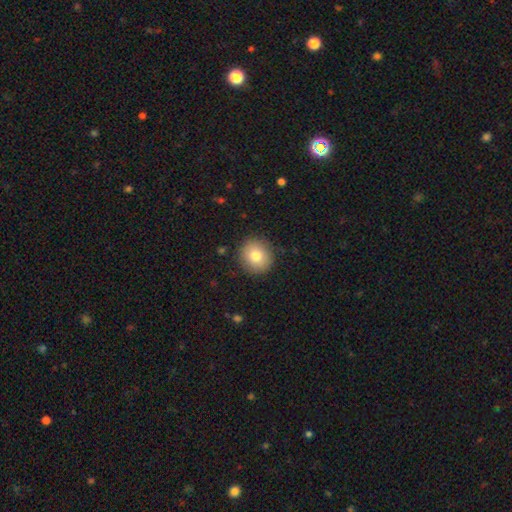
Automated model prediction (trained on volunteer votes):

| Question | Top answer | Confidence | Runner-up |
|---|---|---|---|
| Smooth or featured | smooth | 78% | featured or disk (12%) |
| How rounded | round | 90% | in between (9%) |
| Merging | none | 90% | minor disturbance (7%) |